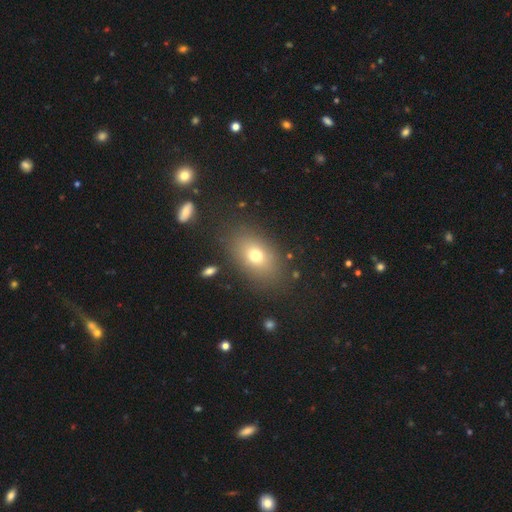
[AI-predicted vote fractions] This appears to be a smooth galaxy with no disk features (71%) that is in between round and cigar-shaped (78%). Merging: none (82%).